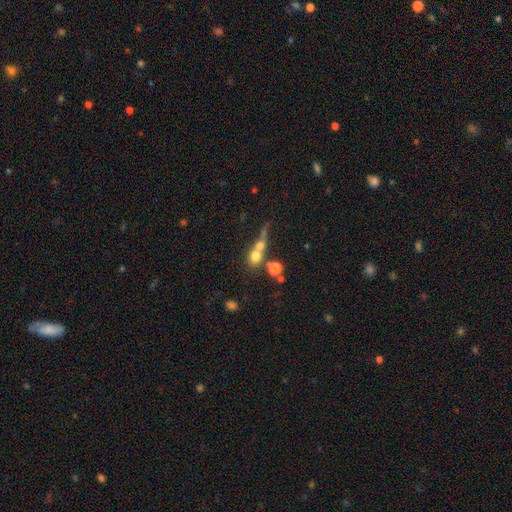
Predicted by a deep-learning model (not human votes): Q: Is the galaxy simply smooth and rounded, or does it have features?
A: smooth — 64%.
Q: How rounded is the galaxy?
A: round — 66%.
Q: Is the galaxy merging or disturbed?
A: merger — 58%.